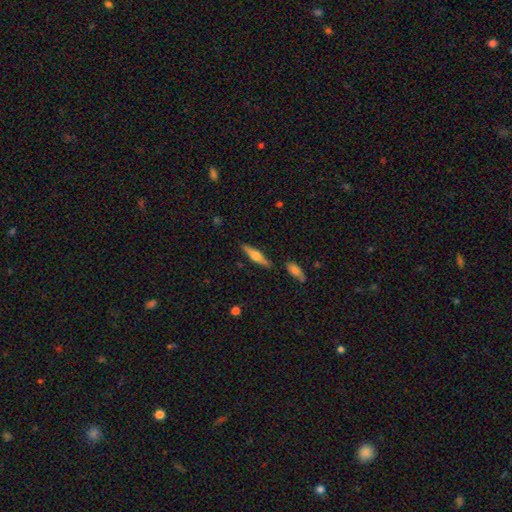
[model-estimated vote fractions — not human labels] Q: Smooth or featured?
A: featured or disk (54%); runner-up: smooth (40%)
Q: Edge-on disk?
A: yes (94%); runner-up: no (6%)
Q: Edge-on bulge?
A: rounded (87%); runner-up: boxy (9%)
Q: Merging?
A: none (83%); runner-up: minor disturbance (11%)